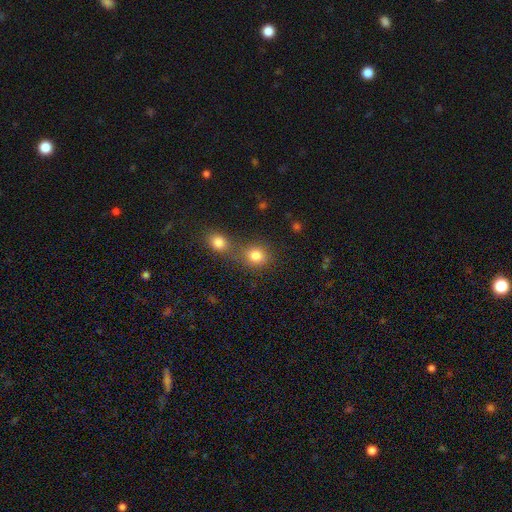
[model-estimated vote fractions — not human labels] Q: Smooth or featured?
A: smooth (82%); runner-up: star or artifact (12%)
Q: How rounded?
A: round (76%); runner-up: in between (23%)
Q: Merging?
A: none (50%); runner-up: merger (39%)